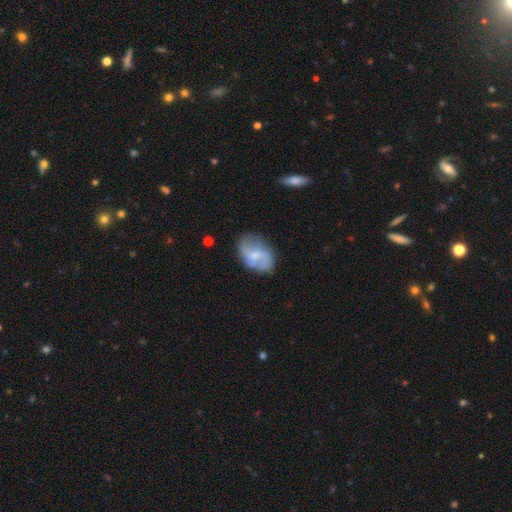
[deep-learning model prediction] Smooth or featured?
  - featured or disk: 53% *
  - smooth: 40%
  - star or artifact: 7%
Edge-on disk?
  - no: 96% *
  - yes: 4%
Bar?
  - weak: 48% *
  - no: 42%
  - strong: 10%
Spiral arms?
  - yes: 70% *
  - no: 30%
Bulge size?
  - small: 50% *
  - moderate: 35%
  - none: 11%
  - large: 2%
  - dominant: 1%
Merging?
  - none: 62% *
  - minor disturbance: 25%
  - major disturbance: 10%
  - merger: 3%